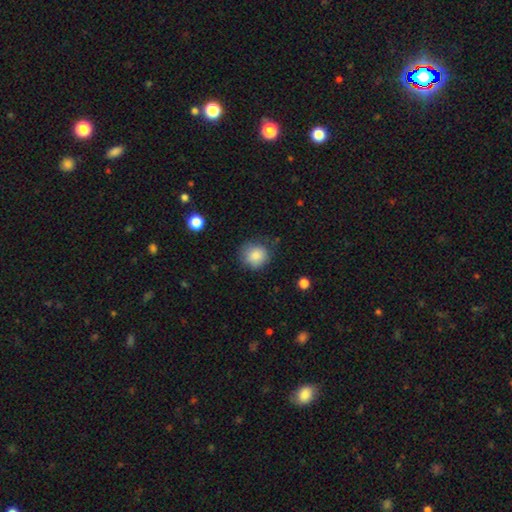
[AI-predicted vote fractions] smooth_or_featured: smooth (p=0.85) [alt: star or artifact p=0.09]
how_rounded: round (p=0.87) [alt: in between p=0.12]
merging: none (p=0.74) [alt: minor disturbance p=0.19]